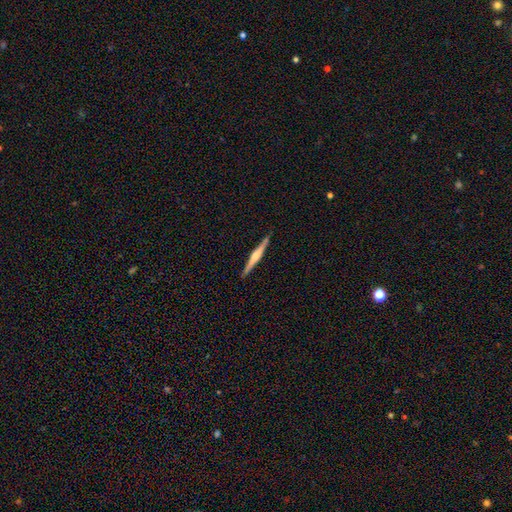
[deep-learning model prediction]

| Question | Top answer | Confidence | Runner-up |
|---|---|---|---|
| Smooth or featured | featured or disk | 66% | smooth (29%) |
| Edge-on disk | yes | 98% | no (2%) |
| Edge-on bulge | rounded | 71% | boxy (15%) |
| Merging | none | 90% | minor disturbance (8%) |